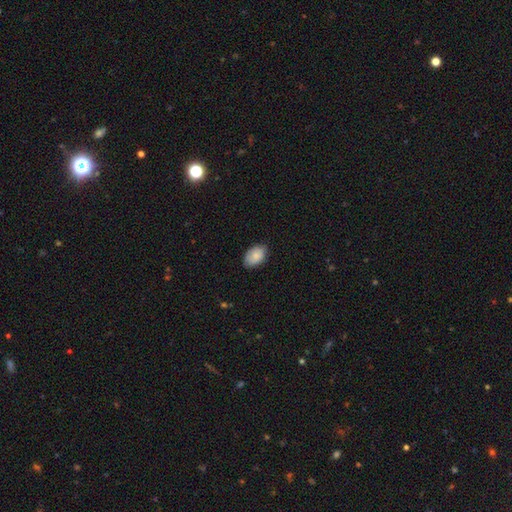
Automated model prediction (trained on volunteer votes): Smooth or featured: smooth — 85% (featured or disk — 9%)
How rounded: in between — 90% (round — 9%)
Merging: none — 79% (minor disturbance — 18%)